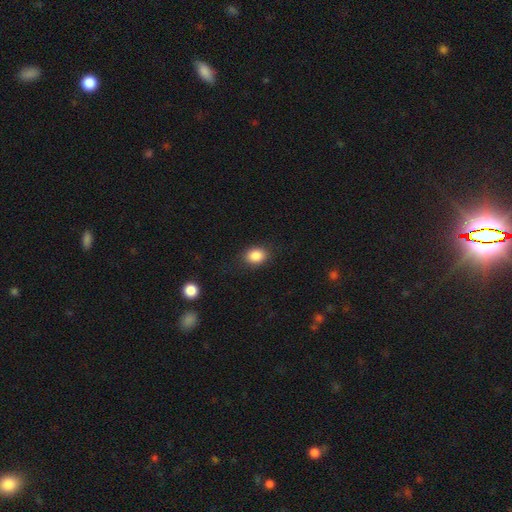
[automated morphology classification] smooth_or_featured: smooth (p=0.86) [alt: star or artifact p=0.09]
how_rounded: in between (p=0.58) [alt: round p=0.41]
merging: none (p=0.85) [alt: minor disturbance p=0.11]